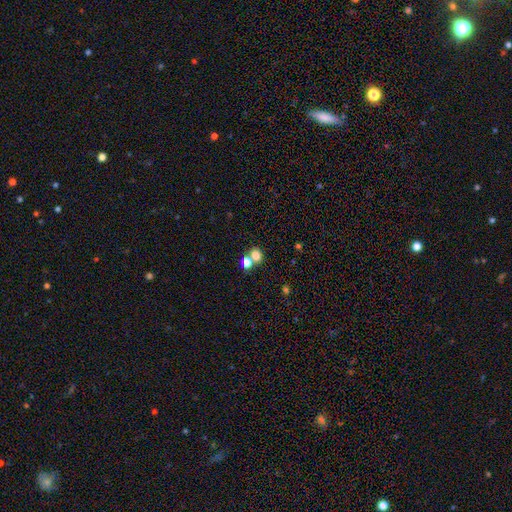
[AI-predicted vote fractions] A smooth galaxy with no disk features (77%) that is round (59%).

Vote fractions:
- Smooth or featured? smooth: 77% / star or artifact: 15% / featured or disk: 8%
- How rounded? round: 59% / in between: 40% / cigar-shaped: 1%
- Merging? none: 48% / merger: 40% / minor disturbance: 8% / major disturbance: 4%